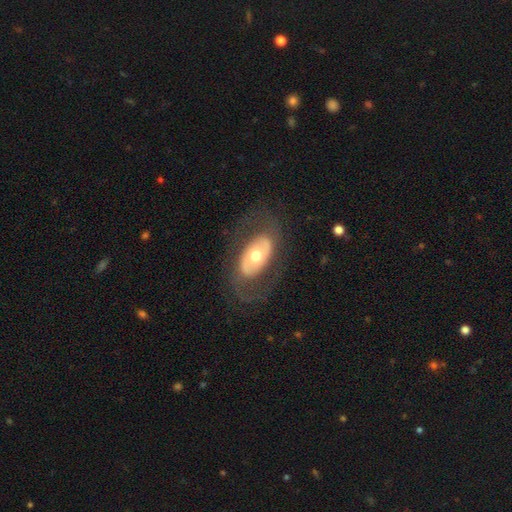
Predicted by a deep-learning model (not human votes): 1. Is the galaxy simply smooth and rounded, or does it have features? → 63% featured or disk, 32% smooth, 5% star or artifact.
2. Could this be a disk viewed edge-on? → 91% no, 9% yes.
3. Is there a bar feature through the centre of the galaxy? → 74% no, 17% weak, 9% strong.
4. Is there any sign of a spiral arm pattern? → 57% no, 43% yes.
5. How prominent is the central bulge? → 70% moderate, 17% large, 10% small, 2% dominant, 1% none.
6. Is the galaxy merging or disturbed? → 74% none, 13% minor disturbance, 12% major disturbance, 1% merger.